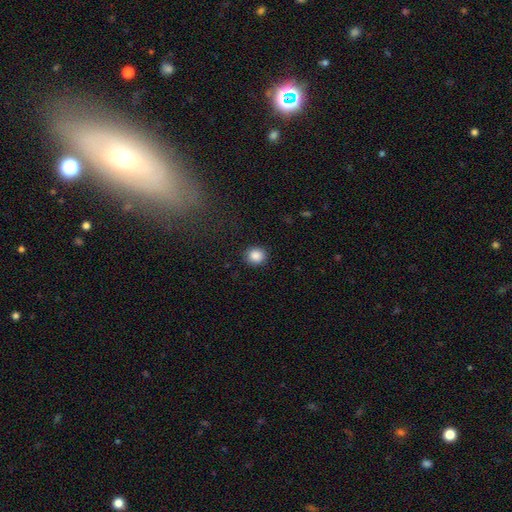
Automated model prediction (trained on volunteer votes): smooth_or_featured: smooth (p=0.87) [alt: star or artifact p=0.09]
how_rounded: round (p=0.80) [alt: in between p=0.19]
merging: none (p=0.90) [alt: minor disturbance p=0.07]